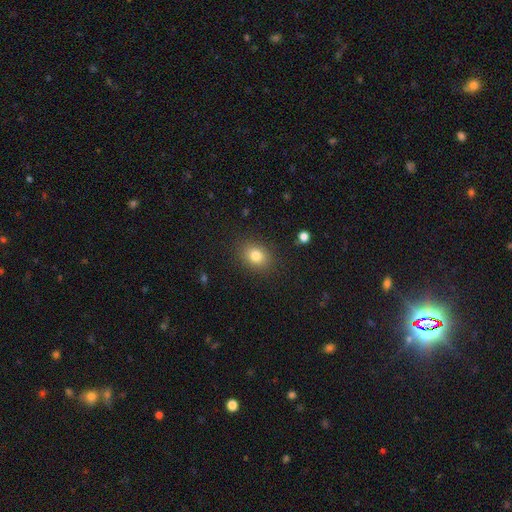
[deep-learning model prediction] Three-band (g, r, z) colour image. It shows a smooth galaxy with no disk features (82%) that is in between round and cigar-shaped (57%). Merging: none (87%).